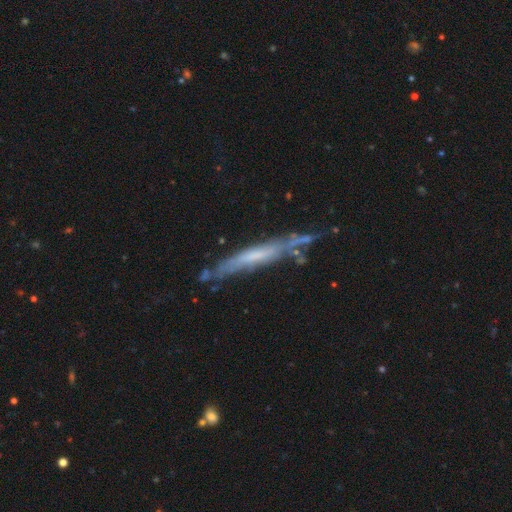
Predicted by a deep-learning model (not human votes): This appears to be a featured or disk galaxy (63%) viewed edge-on (81%) with no central bulge (67%). Merging: none (62%).